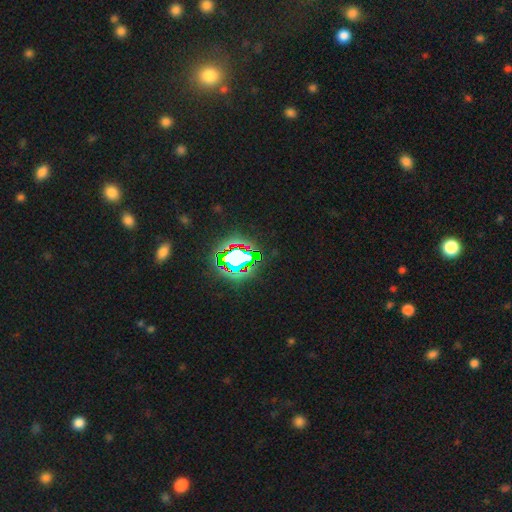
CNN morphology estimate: smooth-or-featured: star or artifact: 77% | smooth: 14% | featured or disk: 9%